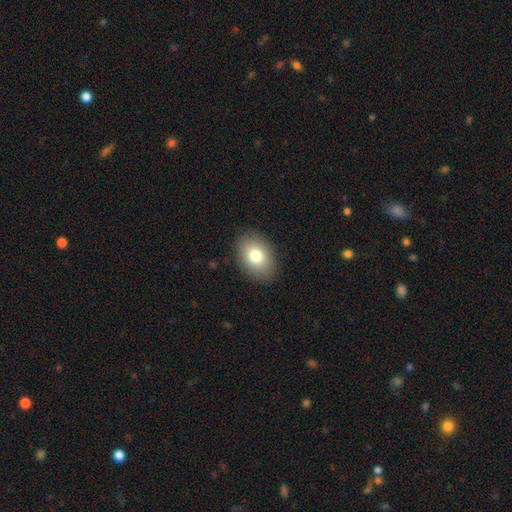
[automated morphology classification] This appears to be a smooth galaxy with no disk features (79%) that is in between round and cigar-shaped (78%). Merging: none (88%).